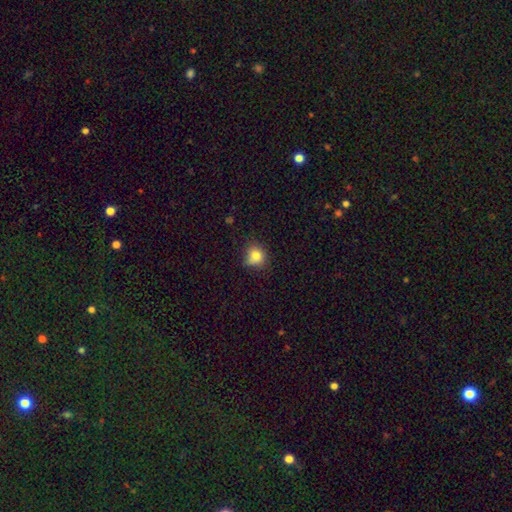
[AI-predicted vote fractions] This is clearly a smooth galaxy (81%). How rounded: likely round (77%). Merging: likely none (65%).